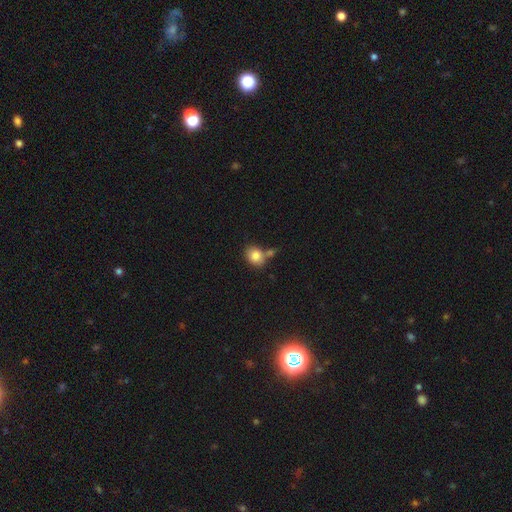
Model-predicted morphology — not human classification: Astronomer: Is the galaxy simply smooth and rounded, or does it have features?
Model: smooth — 84%.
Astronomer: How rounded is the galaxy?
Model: round — 51% (runner-up: in between, 48%).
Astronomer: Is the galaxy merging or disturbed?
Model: none — 55%.